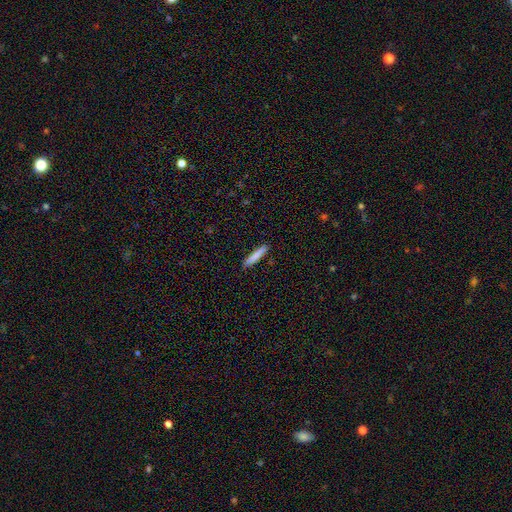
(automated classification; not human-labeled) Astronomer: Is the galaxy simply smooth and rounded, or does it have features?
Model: smooth — 82%.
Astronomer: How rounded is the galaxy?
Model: cigar-shaped — 93%.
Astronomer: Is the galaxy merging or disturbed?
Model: none — 89%.